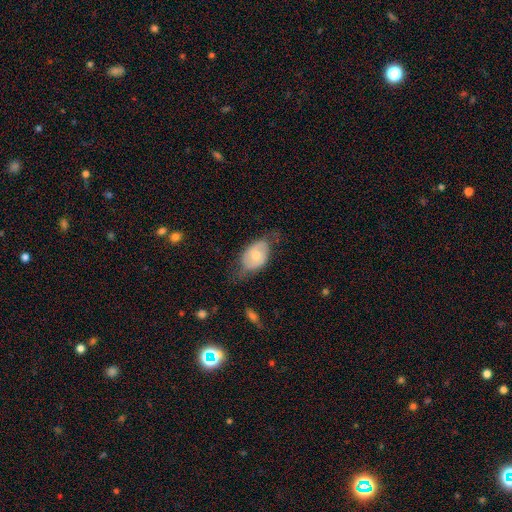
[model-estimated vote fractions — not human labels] smooth 53%, featured or disk 41%, star or artifact 6%. Down the decision tree: how rounded — in between (85%); merging — none (47%).